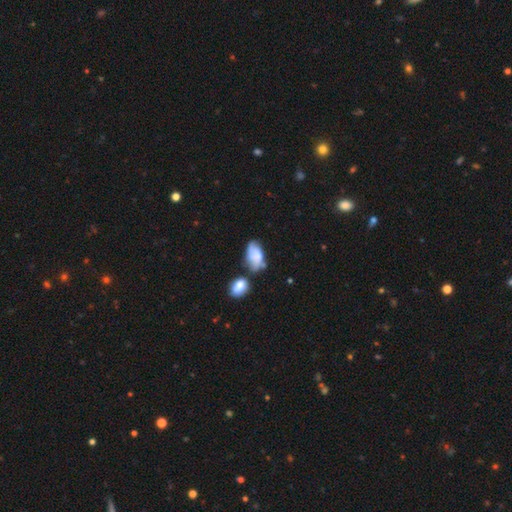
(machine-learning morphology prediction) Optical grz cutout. It shows a smooth galaxy with no disk features (64%) that is in between round and cigar-shaped (93%). Merging: none (38%).